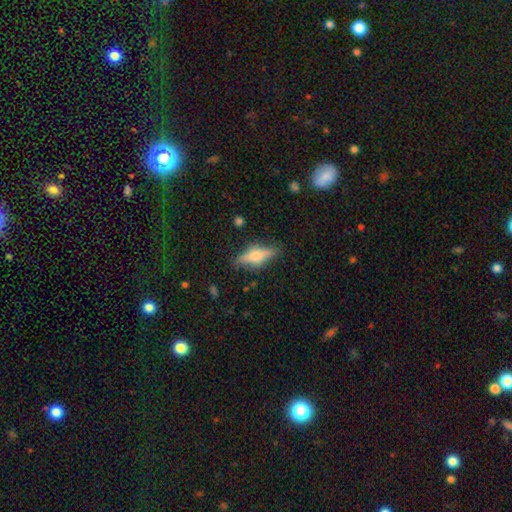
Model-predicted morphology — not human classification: The model was most divided on "smooth or featured" (2-way tie): featured or disk: 46%, smooth: 46%, star or artifact: 8%. More confident: merging — none (78%).